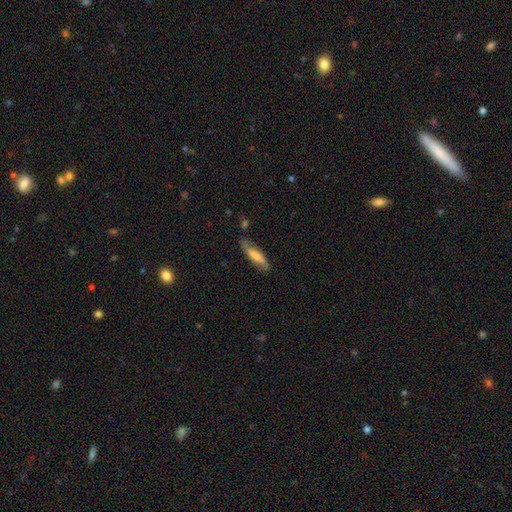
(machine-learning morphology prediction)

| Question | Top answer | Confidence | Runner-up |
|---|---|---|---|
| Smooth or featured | smooth | 63% | featured or disk (31%) |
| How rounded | cigar-shaped | 68% | in between (30%) |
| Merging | none | 67% | minor disturbance (23%) |